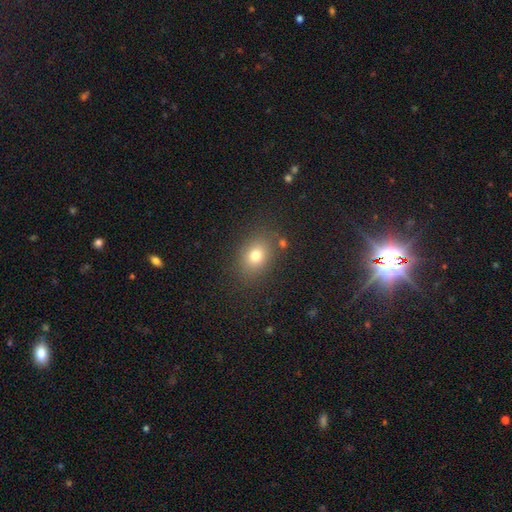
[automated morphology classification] Smooth or featured? smooth (77%)
How rounded? in between (59%)
Merging? none (81%)